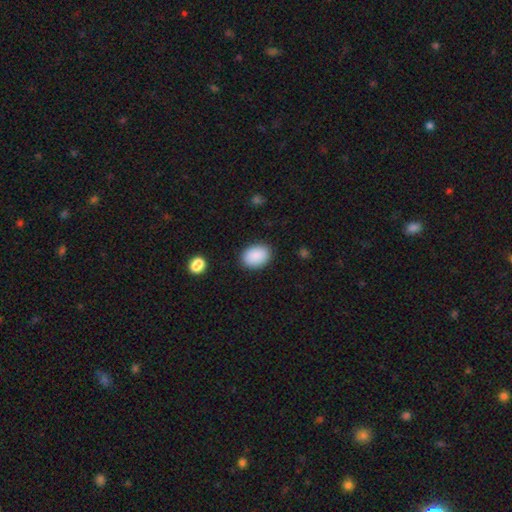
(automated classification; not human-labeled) A smooth galaxy with no disk features (90%) that is in between round and cigar-shaped (77%). Merging: none (88%).